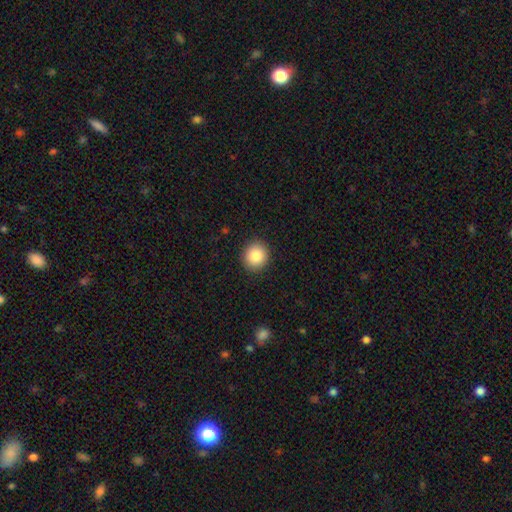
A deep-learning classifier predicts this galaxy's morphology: type=smooth (85%); roundness=round (88%); merging=none (92%).